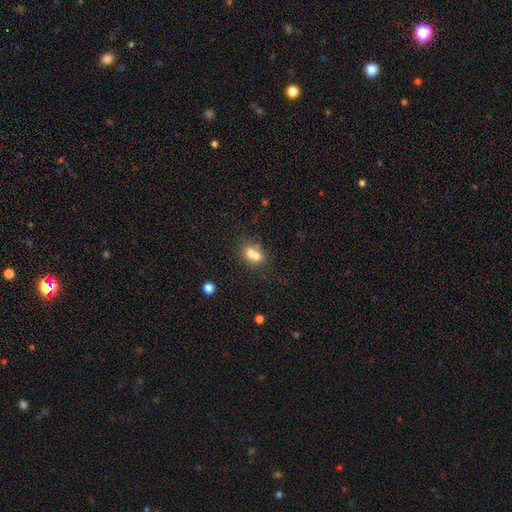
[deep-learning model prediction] smooth-or-featured: smooth: 67% | featured or disk: 21% | star or artifact: 12%
  how-rounded: round: 57% | in between: 41% | cigar-shaped: 1%
  merging: merger: 60% | none: 29% | minor disturbance: 8% | major disturbance: 4%